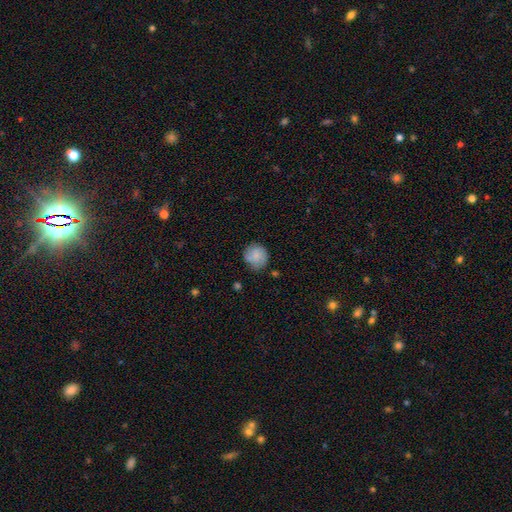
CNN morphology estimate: This is clearly a smooth galaxy (80%). How rounded: clearly round (88%). Merging: likely none (73%).